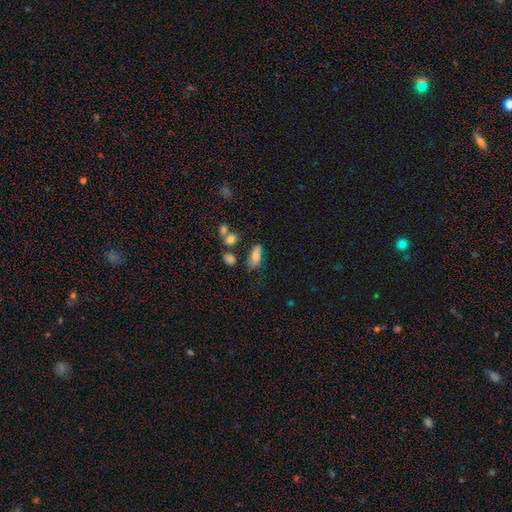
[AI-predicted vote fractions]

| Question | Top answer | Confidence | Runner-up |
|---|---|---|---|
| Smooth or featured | smooth | 69% | featured or disk (21%) |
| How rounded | in between | 85% | cigar-shaped (10%) |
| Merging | none | 48% | minor disturbance (29%) |